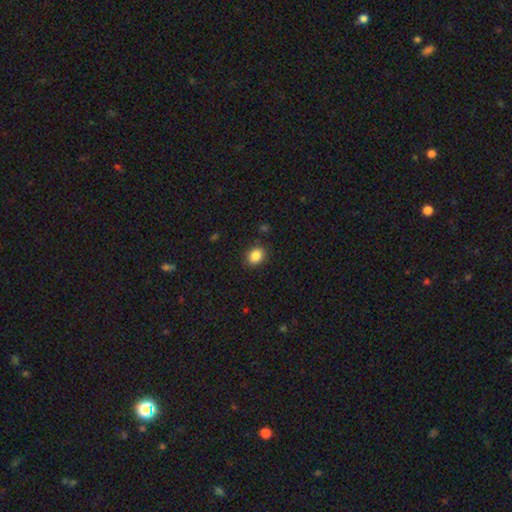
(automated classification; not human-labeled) Smooth or featured? smooth (87%)
How rounded? in between (55%)
Merging? none (87%)